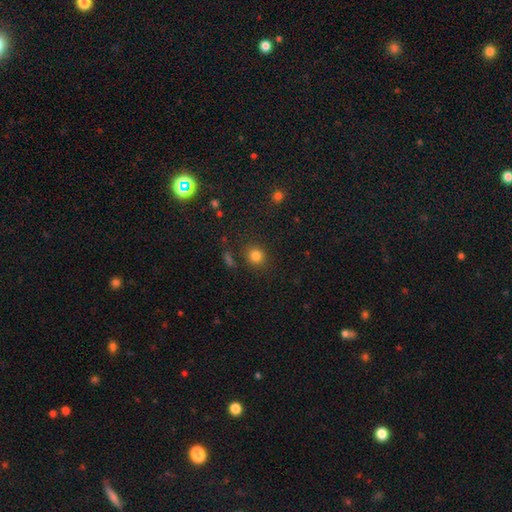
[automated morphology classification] Smooth or featured?
  - smooth: 81% *
  - star or artifact: 13%
  - featured or disk: 6%
How rounded?
  - round: 85% *
  - in between: 14%
  - cigar-shaped: 1%
Merging?
  - none: 84% *
  - minor disturbance: 9%
  - major disturbance: 4%
  - merger: 3%